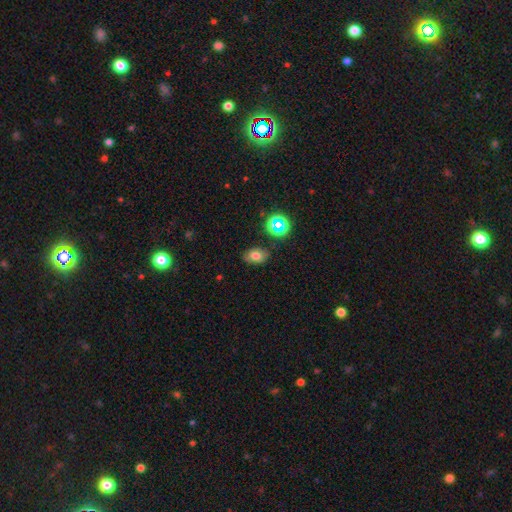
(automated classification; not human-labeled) A smooth galaxy with no disk features (71%) that is in between round and cigar-shaped (77%). Merging: none (80%).